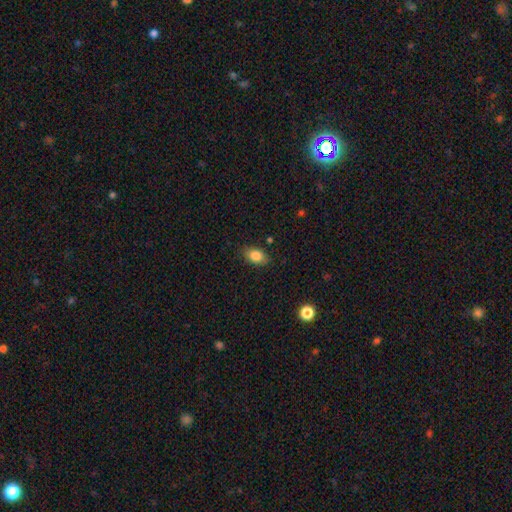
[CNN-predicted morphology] smooth_or_featured: smooth (p=0.84) [alt: star or artifact p=0.08]
how_rounded: in between (p=0.88) [alt: round p=0.10]
merging: none (p=0.83) [alt: minor disturbance p=0.13]